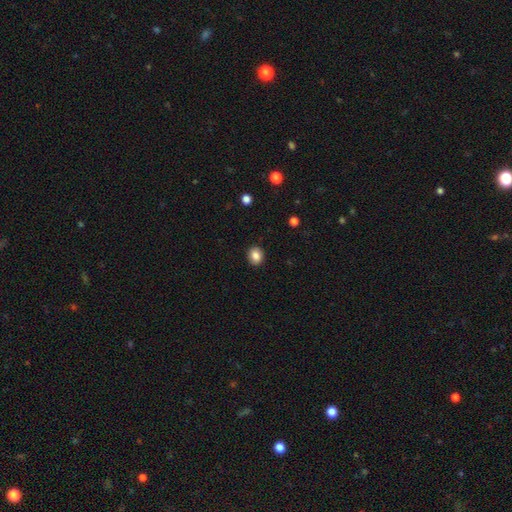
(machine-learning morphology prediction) smooth_or_featured: smooth (p=0.85) [alt: star or artifact p=0.09]
how_rounded: round (p=0.64) [alt: in between p=0.35]
merging: none (p=0.91) [alt: minor disturbance p=0.06]